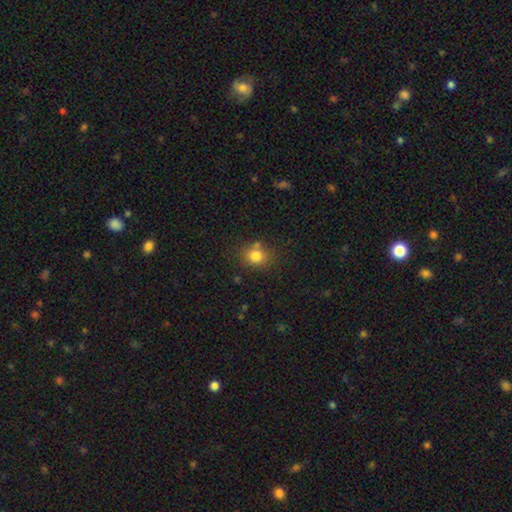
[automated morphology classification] type=smooth (82%); roundness=round (70%); merging=none (74%).